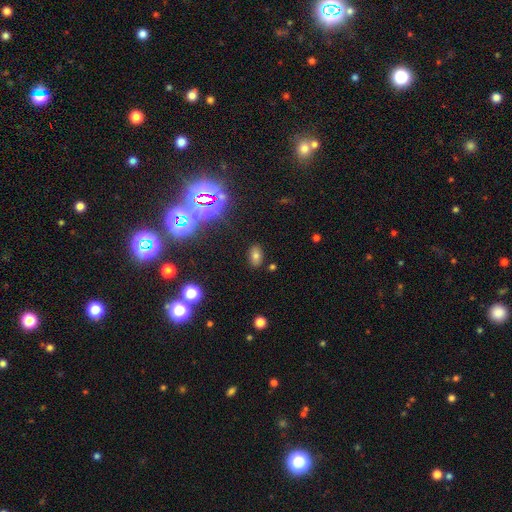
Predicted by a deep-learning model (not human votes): Morphology: type=smooth (63%); roundness=in between (86%); merging=none (86%).